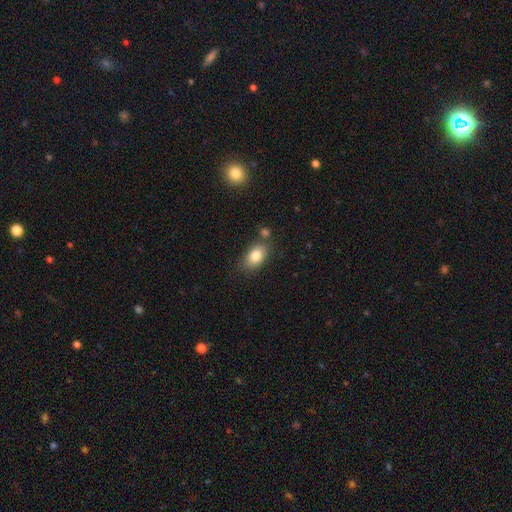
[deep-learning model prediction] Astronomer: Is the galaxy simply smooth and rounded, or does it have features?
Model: smooth — 81%.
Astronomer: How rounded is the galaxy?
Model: in between — 87%.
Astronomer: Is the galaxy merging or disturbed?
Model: none — 70%.